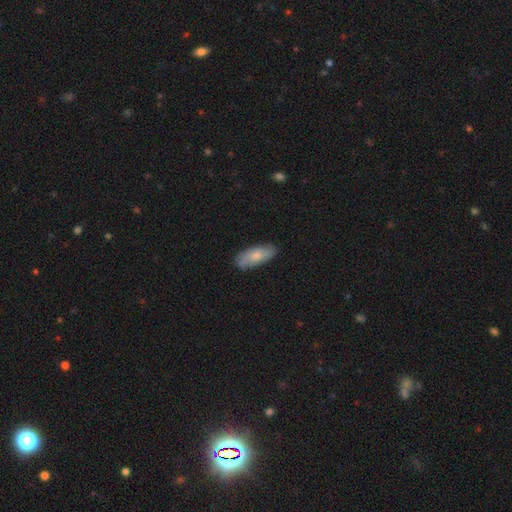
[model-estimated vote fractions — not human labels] Smooth or featured?
  - smooth: 70% *
  - featured or disk: 24%
  - star or artifact: 6%
How rounded?
  - in between: 76% *
  - cigar-shaped: 22%
  - round: 2%
Merging?
  - none: 82% *
  - minor disturbance: 14%
  - major disturbance: 2%
  - merger: 1%